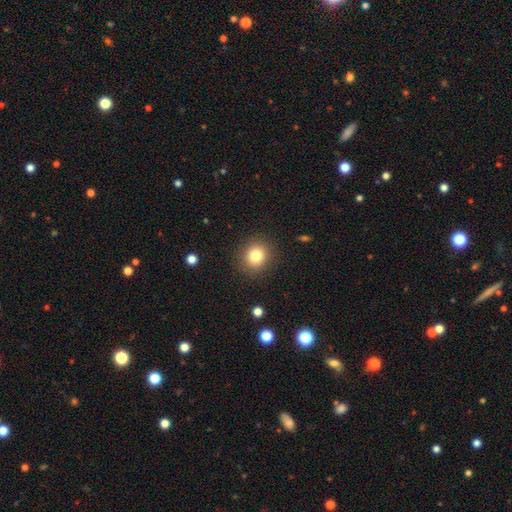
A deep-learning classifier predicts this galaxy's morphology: A smooth galaxy with no disk features (81%) that is round (83%).

Vote fractions:
- Smooth or featured? smooth: 81% / star or artifact: 11% / featured or disk: 8%
- How rounded? round: 83% / in between: 17% / cigar-shaped: 1%
- Merging? none: 89% / minor disturbance: 7% / major disturbance: 3% / merger: 1%